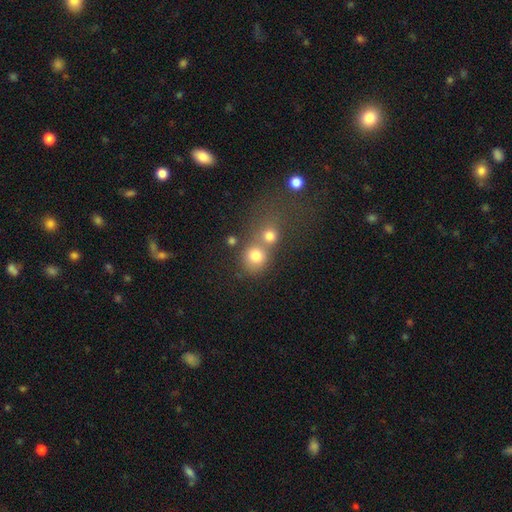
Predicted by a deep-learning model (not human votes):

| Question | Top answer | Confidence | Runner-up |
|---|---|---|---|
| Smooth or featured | smooth | 76% | star or artifact (13%) |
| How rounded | round | 83% | in between (16%) |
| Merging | merger | 45% | none (43%) |